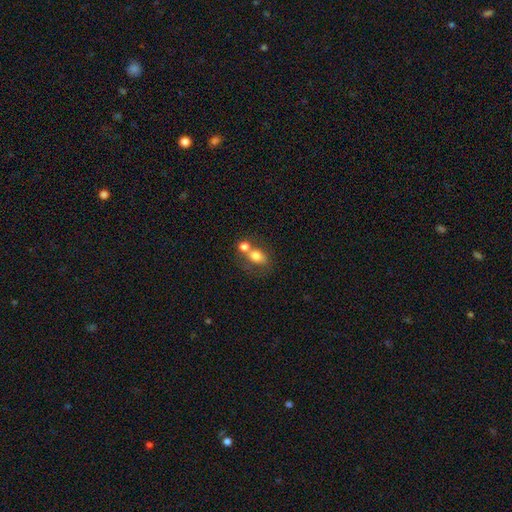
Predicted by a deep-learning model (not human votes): Smooth or featured? smooth (75%)
How rounded? in between (63%)
Merging? merger (50%)